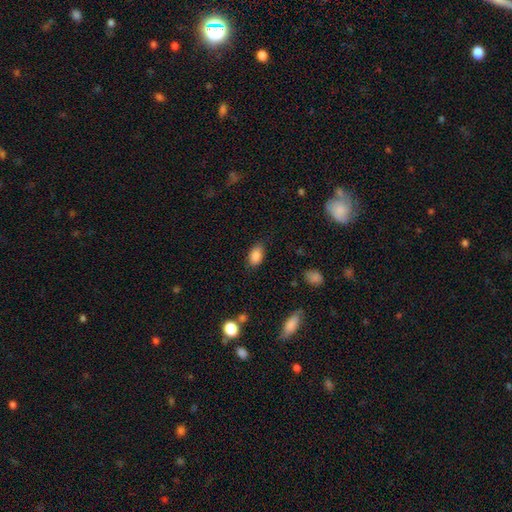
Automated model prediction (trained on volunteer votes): A smooth galaxy with no disk features (86%) that is in between round and cigar-shaped (89%).

Vote fractions:
- Smooth or featured? smooth: 86% / star or artifact: 8% / featured or disk: 6%
- How rounded? in between: 89% / round: 9% / cigar-shaped: 2%
- Merging? none: 81% / minor disturbance: 14% / major disturbance: 3% / merger: 1%